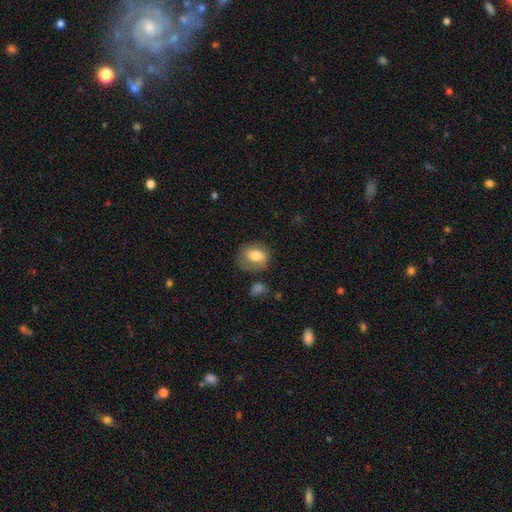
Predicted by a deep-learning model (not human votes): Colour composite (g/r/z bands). It shows a smooth galaxy with no disk features (72%) that is in between round and cigar-shaped (54%). Merging: none (63%).